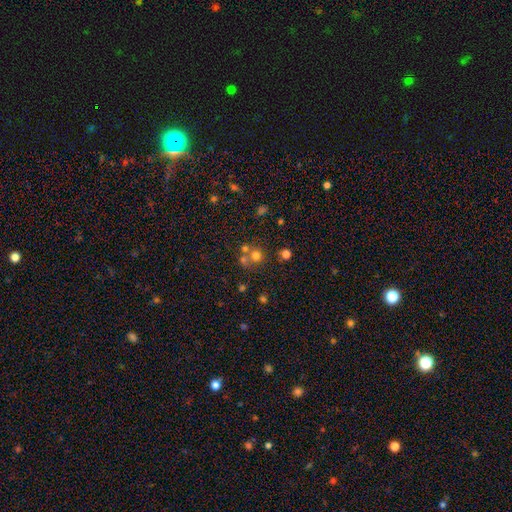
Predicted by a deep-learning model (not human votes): Morphology: type=smooth (65%); roundness=round (87%); merging=none (53%).